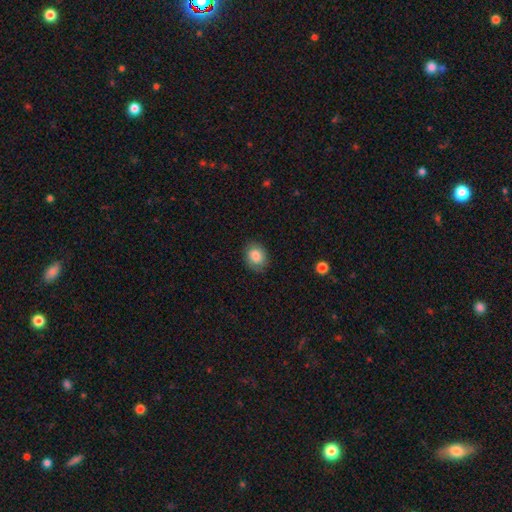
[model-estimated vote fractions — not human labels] A smooth galaxy with no disk features (81%) that is in between round and cigar-shaped (50%). Merging: none (82%).